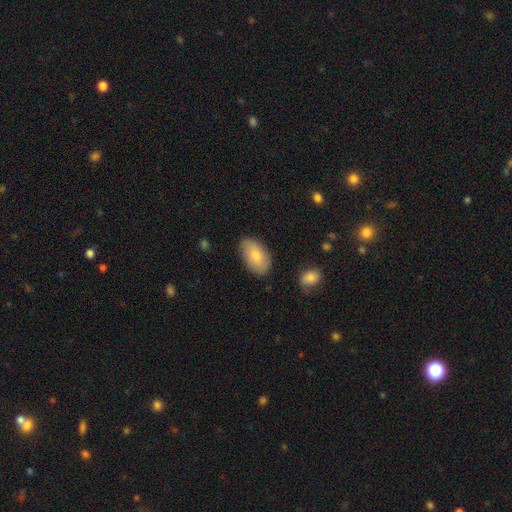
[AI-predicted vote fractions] Smooth or featured?
  - smooth: 77% *
  - featured or disk: 17%
  - star or artifact: 6%
How rounded?
  - in between: 94% *
  - round: 4%
  - cigar-shaped: 2%
Merging?
  - none: 81% *
  - minor disturbance: 15%
  - major disturbance: 3%
  - merger: 2%